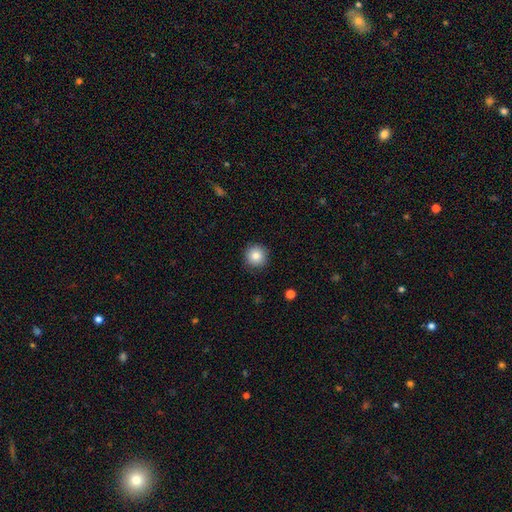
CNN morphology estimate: This appears to be a smooth galaxy with no disk features (83%) that is round (95%). Merging: none (90%).